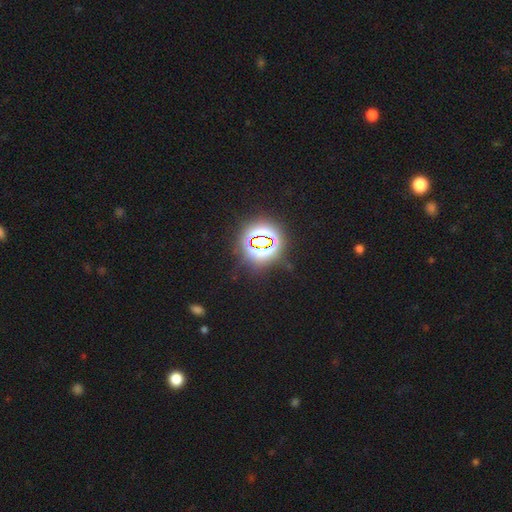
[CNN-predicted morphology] Overall: star or artifact (79%).